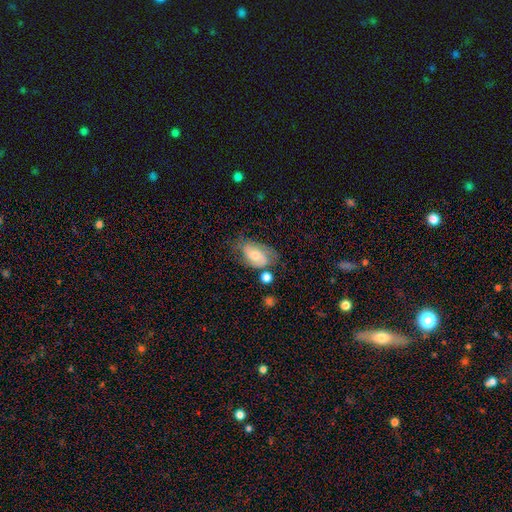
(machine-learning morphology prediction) smooth_or_featured: featured or disk (p=0.47) [alt: smooth p=0.45]
merging: none (p=0.50) [alt: minor disturbance p=0.27]